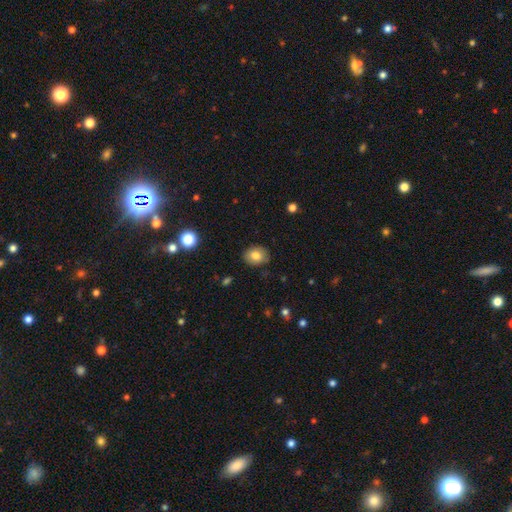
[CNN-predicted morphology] This is likely a smooth galaxy (78%). How rounded: possibly in between (52%). Merging: clearly none (84%).